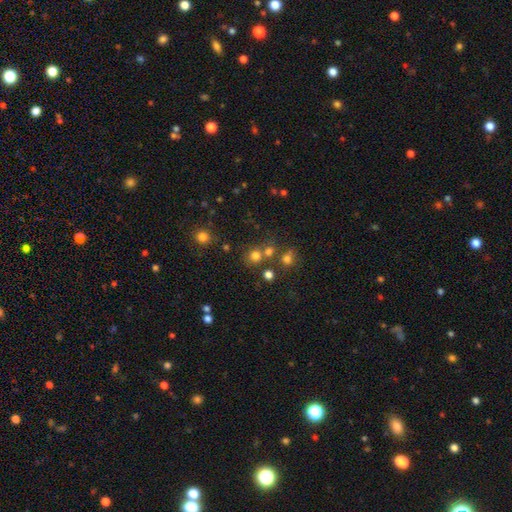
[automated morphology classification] Smooth or featured?
  - smooth: 71% *
  - star or artifact: 20%
  - featured or disk: 8%
How rounded?
  - round: 86% *
  - in between: 13%
  - cigar-shaped: 1%
Merging?
  - none: 63% *
  - merger: 24%
  - minor disturbance: 8%
  - major disturbance: 4%